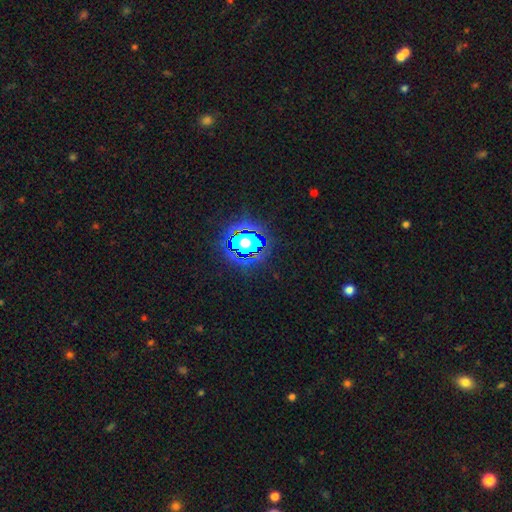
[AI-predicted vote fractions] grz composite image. It shows a star or artifact, not a galaxy (78%).